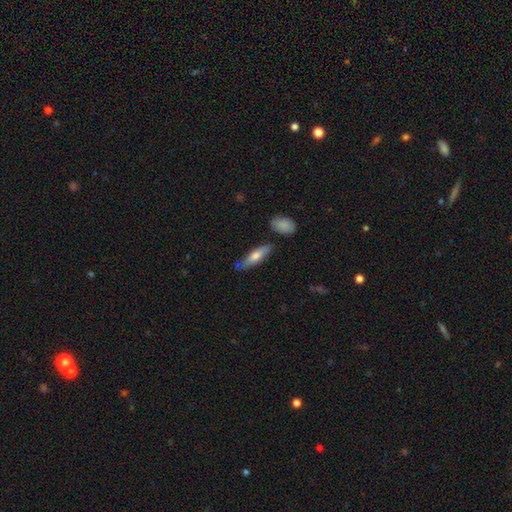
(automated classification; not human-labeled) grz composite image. It shows a smooth galaxy with no disk features (66%) that is cigar-shaped (58%). Merging: none (72%).